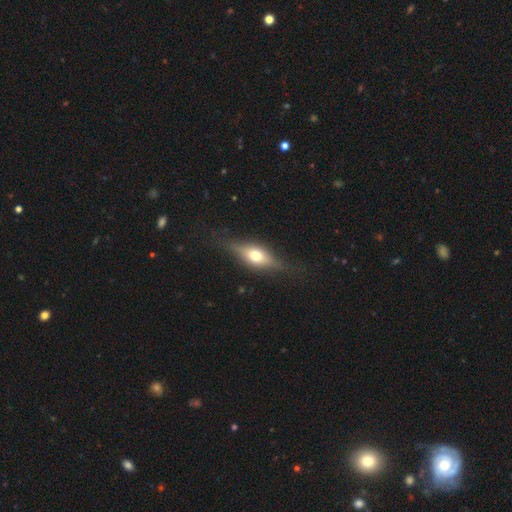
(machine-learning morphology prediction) type=featured or disk (46%, tied with smooth); merging=none (78%).